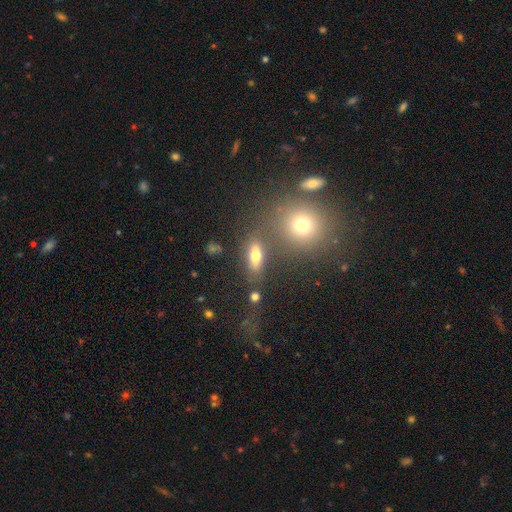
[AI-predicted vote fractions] smooth 65%, featured or disk 21%, star or artifact 14%. Down the decision tree: how rounded — in between (68%); merging — none (71%).